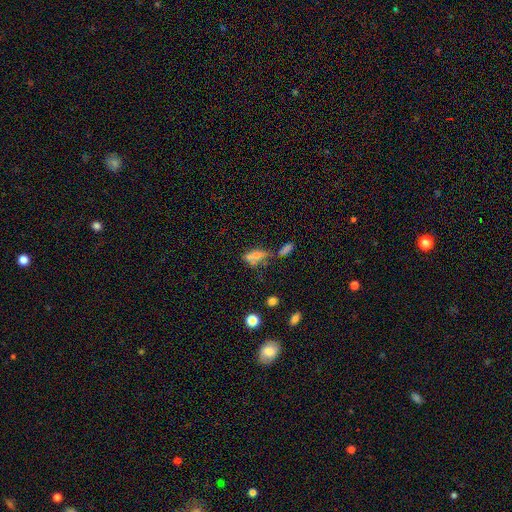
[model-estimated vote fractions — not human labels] Morphology: type=smooth (55%); roundness=in between (68%); merging=merger (37%).